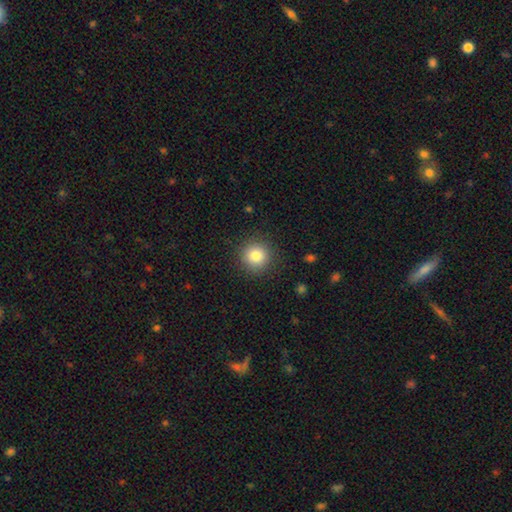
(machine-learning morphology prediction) smooth 83%, star or artifact 11%, featured or disk 7%. Down the decision tree: how rounded — round (94%); merging — none (89%).